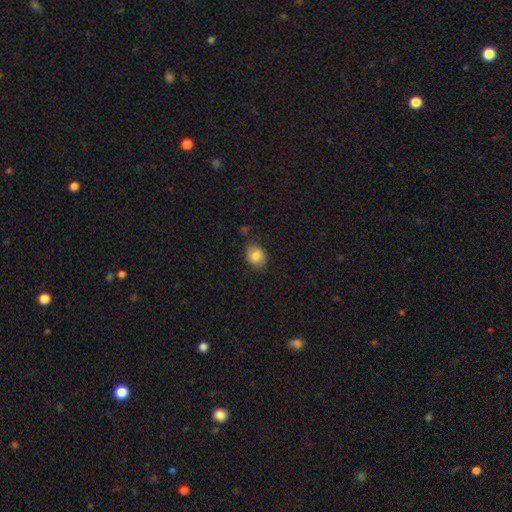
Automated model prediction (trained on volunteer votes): smooth-or-featured: smooth: 82% | featured or disk: 9% | star or artifact: 9%
  how-rounded: in between: 52% | round: 47% | cigar-shaped: 1%
  merging: none: 79% | minor disturbance: 16% | major disturbance: 3% | merger: 2%